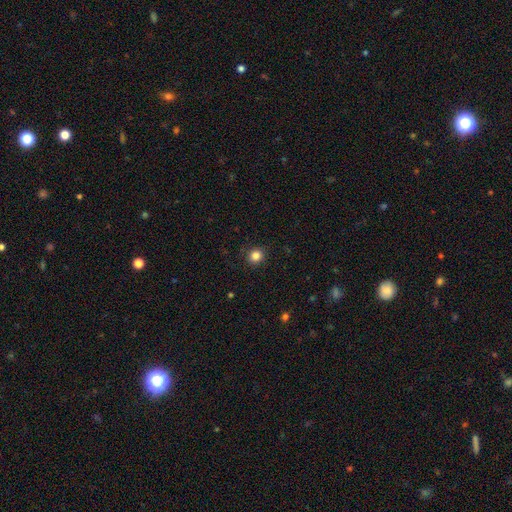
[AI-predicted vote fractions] Smooth or featured?
  - smooth: 84% *
  - star or artifact: 12%
  - featured or disk: 4%
How rounded?
  - round: 91% *
  - in between: 8%
  - cigar-shaped: 1%
Merging?
  - none: 90% *
  - minor disturbance: 7%
  - major disturbance: 2%
  - merger: 1%